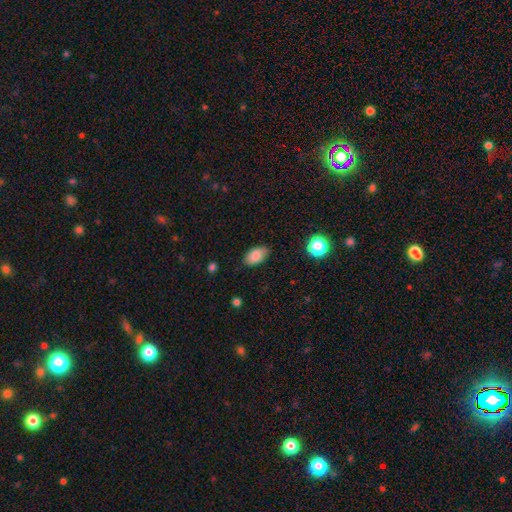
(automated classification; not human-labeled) Smooth or featured? Predicted: smooth (p=0.84). How rounded? Predicted: in between (p=0.92). Merging? Predicted: none (p=0.82).